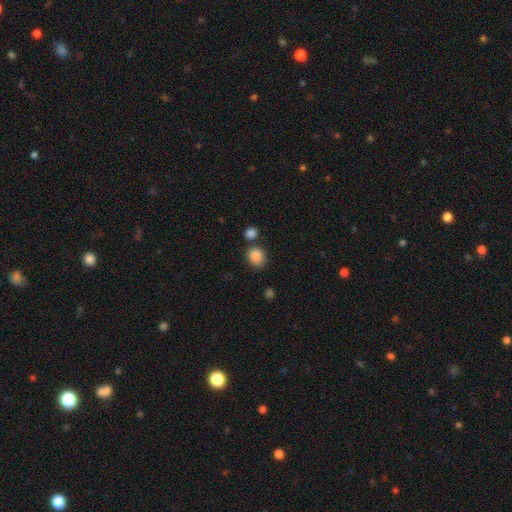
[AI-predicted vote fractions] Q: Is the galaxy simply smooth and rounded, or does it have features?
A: smooth — 87%.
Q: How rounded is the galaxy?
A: round — 62%.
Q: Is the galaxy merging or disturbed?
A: none — 70%.